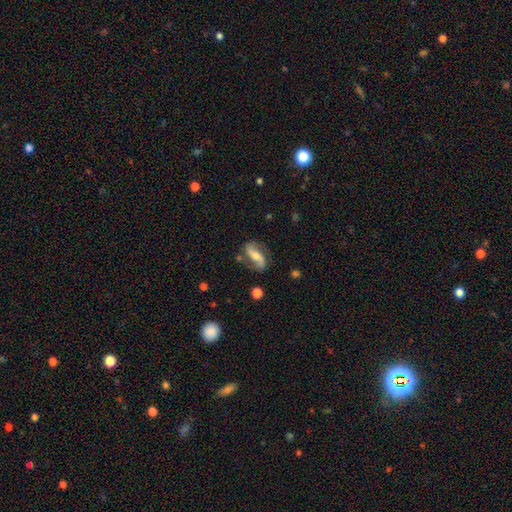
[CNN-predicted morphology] This appears to be a featured or disk galaxy (71%) with no bar (38%), 2 (90%) loose (68%) spiral arms (92%) and a moderate central bulge (48%). Merging: none (73%).